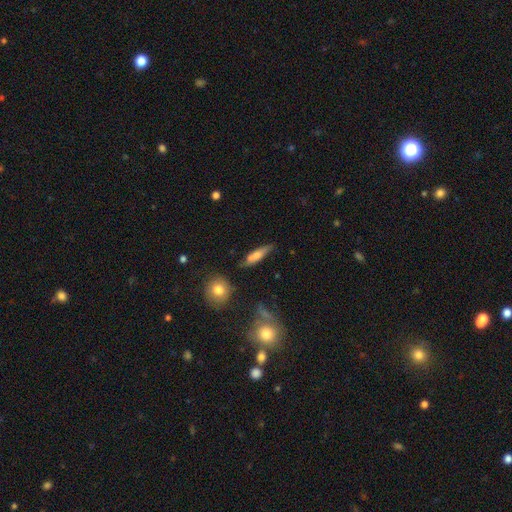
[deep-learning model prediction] Morphology: type=smooth (60%); roundness=cigar-shaped (70%); merging=none (62%).